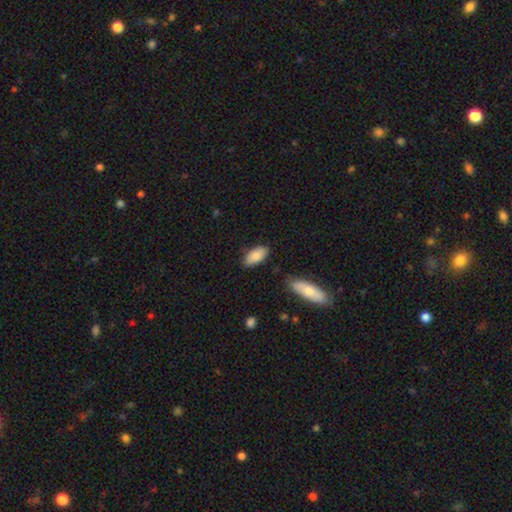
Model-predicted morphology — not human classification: This is clearly a smooth galaxy (85%). How rounded: clearly in between (91%). Merging: clearly none (81%).